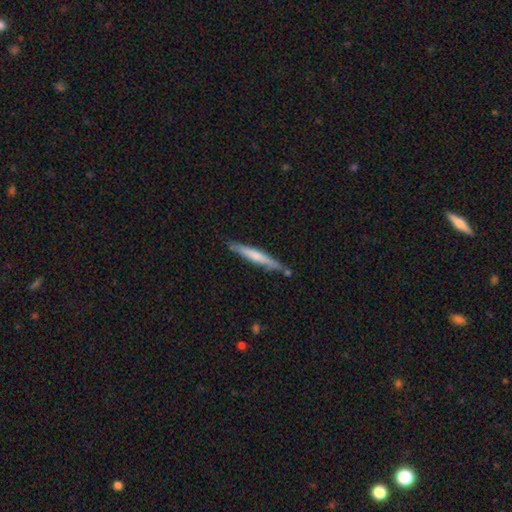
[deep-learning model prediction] This is possibly a smooth galaxy (59%). How rounded: clearly cigar-shaped (95%). Merging: likely none (79%).